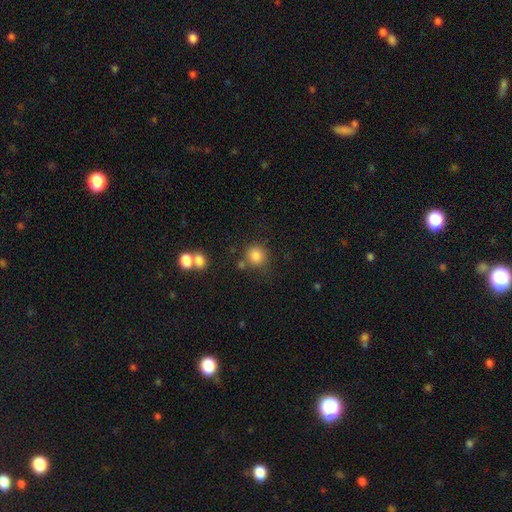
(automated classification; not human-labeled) Smooth or featured?
  - smooth: 83% *
  - star or artifact: 11%
  - featured or disk: 6%
How rounded?
  - round: 86% *
  - in between: 13%
  - cigar-shaped: 1%
Merging?
  - none: 72% *
  - minor disturbance: 12%
  - merger: 11%
  - major disturbance: 5%